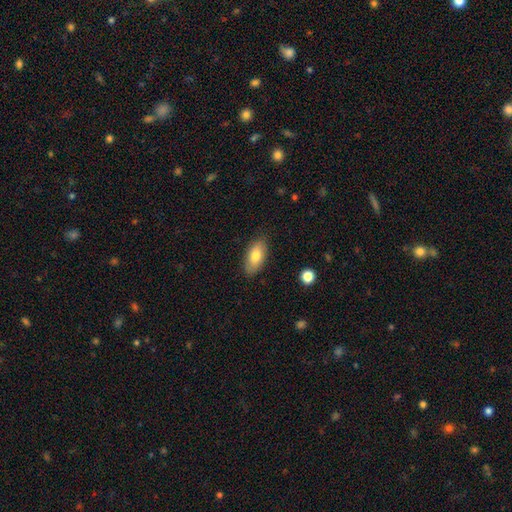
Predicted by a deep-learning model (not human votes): The model was most divided on "smooth or featured": smooth: 77%, featured or disk: 16%, star or artifact: 7%. More confident: how rounded — in between (92%); merging — none (84%).